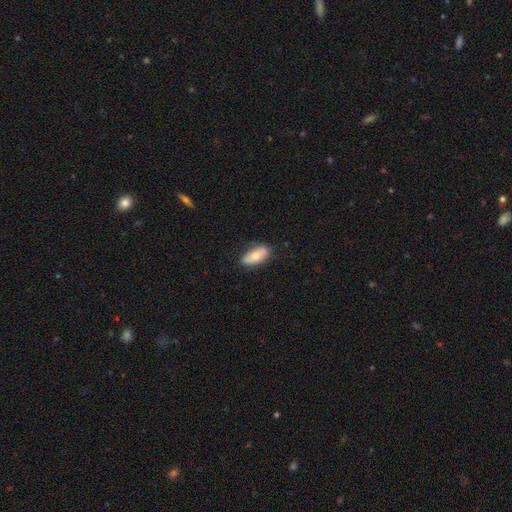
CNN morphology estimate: Smooth or featured?
  - smooth: 68% *
  - featured or disk: 25%
  - star or artifact: 6%
How rounded?
  - in between: 86% *
  - cigar-shaped: 11%
  - round: 3%
Merging?
  - none: 77% *
  - minor disturbance: 18%
  - major disturbance: 3%
  - merger: 2%